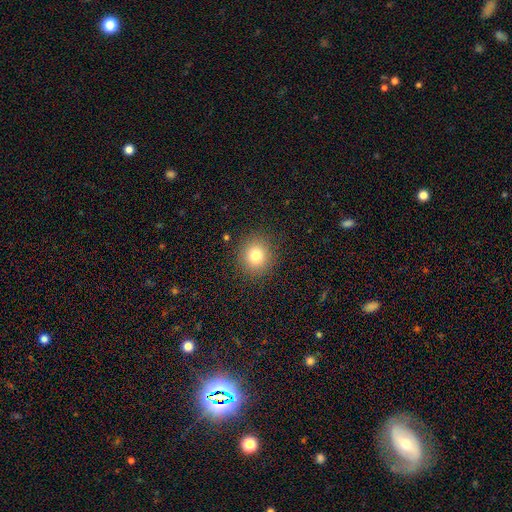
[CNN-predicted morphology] The model was most divided on "smooth or featured": smooth: 78%, star or artifact: 13%, featured or disk: 9%. More confident: merging — none (89%); how rounded — round (87%).